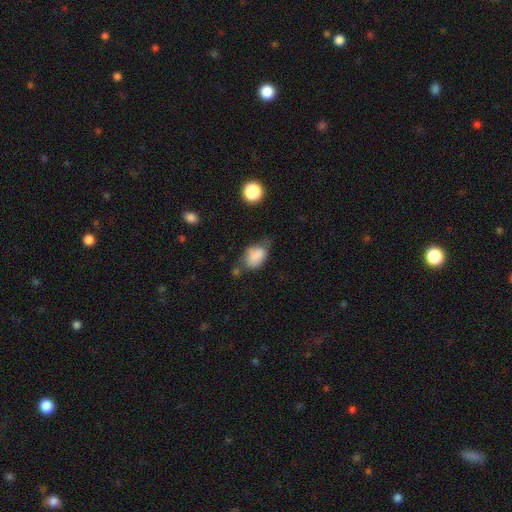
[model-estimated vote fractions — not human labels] smooth_or_featured: smooth (p=0.82) [alt: star or artifact p=0.09]
how_rounded: in between (p=0.81) [alt: round p=0.18]
merging: none (p=0.41) [alt: minor disturbance p=0.36]